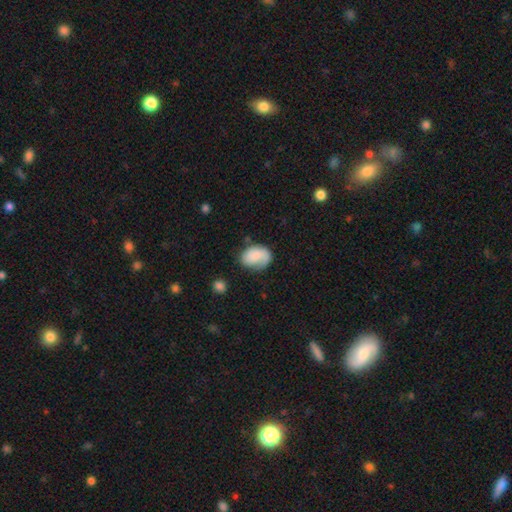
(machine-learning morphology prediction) smooth 70%, featured or disk 23%, star or artifact 7%. Down the decision tree: how rounded — in between (73%); merging — none (50%).